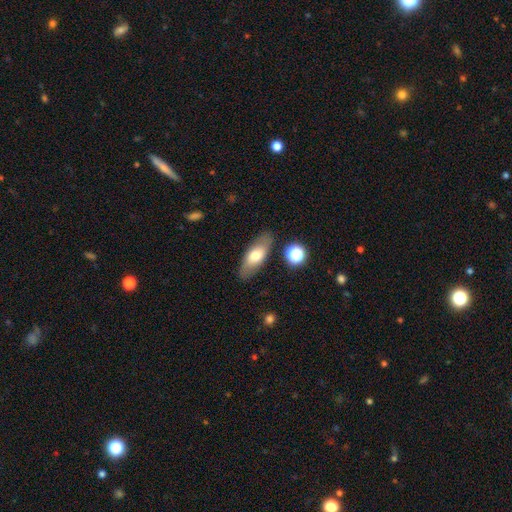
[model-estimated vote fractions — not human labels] Overall: smooth (66%; featured or disk 28%). How rounded: in between (73%). Merging: none (83%).